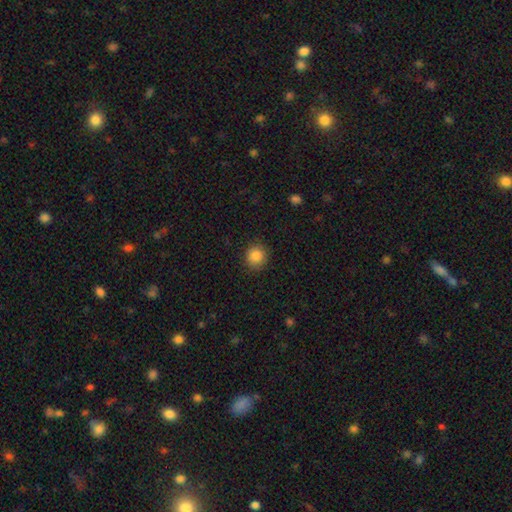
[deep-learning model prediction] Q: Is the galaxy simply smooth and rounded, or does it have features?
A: smooth — 86%.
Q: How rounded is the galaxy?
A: round — 90%.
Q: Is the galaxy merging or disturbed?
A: none — 89%.